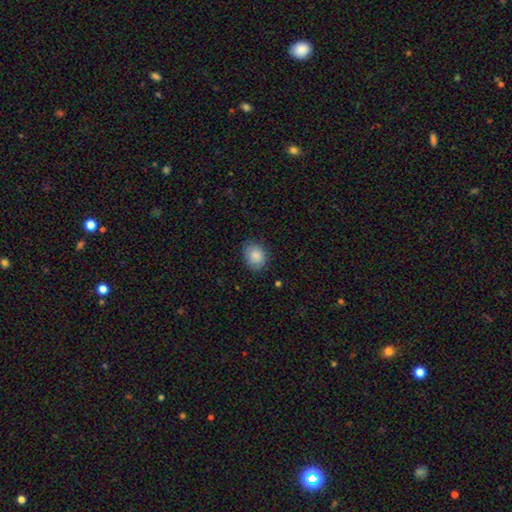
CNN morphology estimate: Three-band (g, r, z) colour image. It shows a smooth galaxy with no disk features (87%) that is in between round and cigar-shaped (57%). Merging: none (82%).